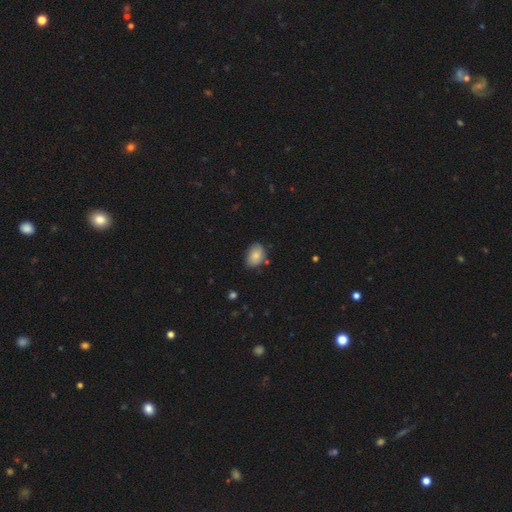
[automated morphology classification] The model was most divided on "merging": none: 64%, minor disturbance: 28%, major disturbance: 4%, merger: 3%. More confident: smooth or featured — smooth (82%); how rounded — in between (79%).